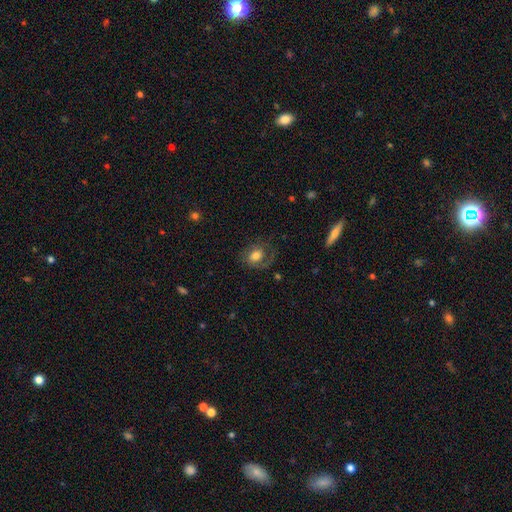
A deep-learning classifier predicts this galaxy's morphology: Smooth or featured?
  - smooth: 50% *
  - featured or disk: 41%
  - star or artifact: 9%
How rounded?
  - in between: 54% *
  - round: 45%
  - cigar-shaped: 1%
Merging?
  - none: 59% *
  - major disturbance: 20%
  - minor disturbance: 20%
  - merger: 2%